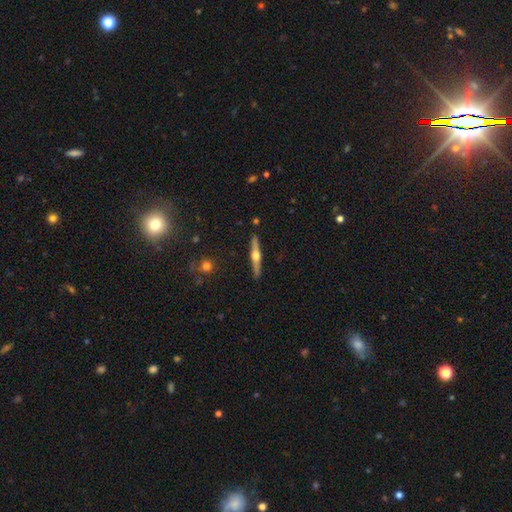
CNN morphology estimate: smooth_or_featured: featured or disk (p=0.72) [alt: smooth p=0.23]
disk_edge_on: yes (p=0.98) [alt: no p=0.02]
edge_on_bulge: rounded (p=0.94) [alt: boxy p=0.03]
merging: none (p=0.90) [alt: minor disturbance p=0.07]